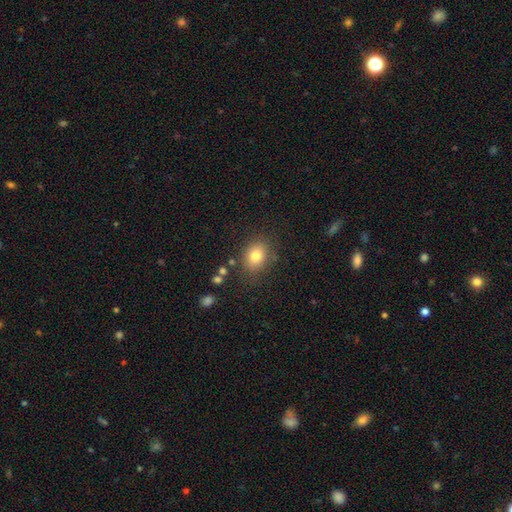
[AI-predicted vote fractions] A smooth galaxy with no disk features (79%) that is in between round and cigar-shaped (52%).

Vote fractions:
- Smooth or featured? smooth: 79% / star or artifact: 11% / featured or disk: 10%
- How rounded? in between: 52% / round: 47% / cigar-shaped: 1%
- Merging? none: 81% / minor disturbance: 12% / major disturbance: 4% / merger: 3%